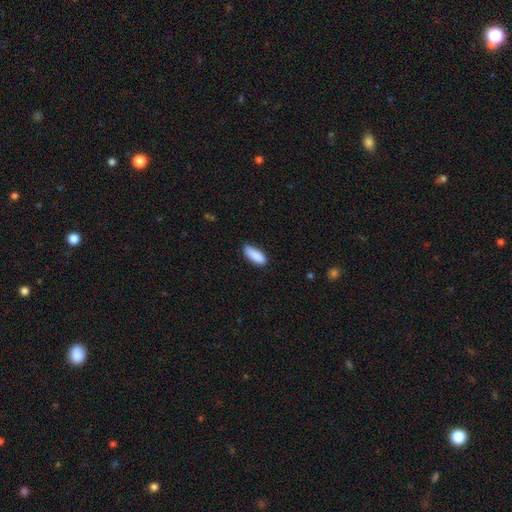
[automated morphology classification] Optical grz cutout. It shows a smooth galaxy with no disk features (88%) that is in between round and cigar-shaped (67%). Merging: none (76%).